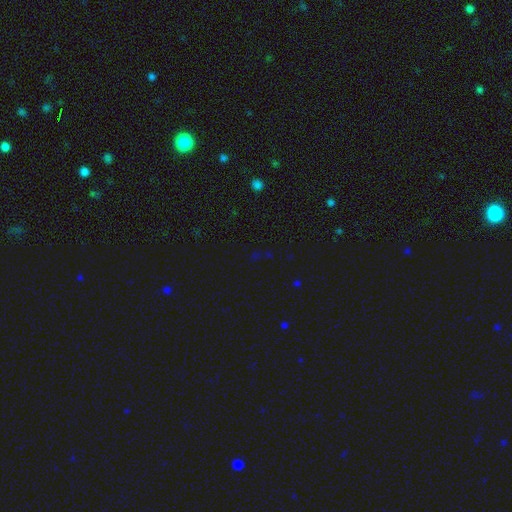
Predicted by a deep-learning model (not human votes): This appears to be a star or artifact, not a galaxy (69%).